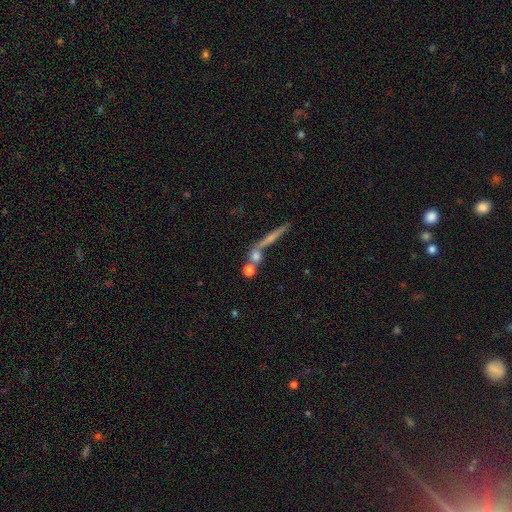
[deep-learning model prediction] Overall: smooth (66%). How rounded: round (67%). Merging: none (55%; merger 31%).